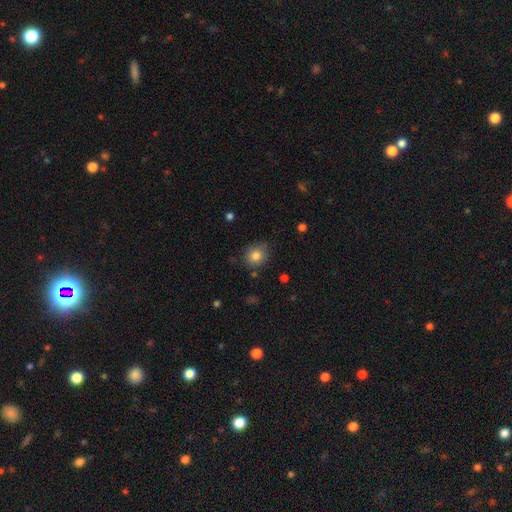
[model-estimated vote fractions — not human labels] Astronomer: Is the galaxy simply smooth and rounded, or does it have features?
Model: smooth — 83%.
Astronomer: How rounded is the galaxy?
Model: round — 80%.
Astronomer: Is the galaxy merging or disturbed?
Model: none — 81%.